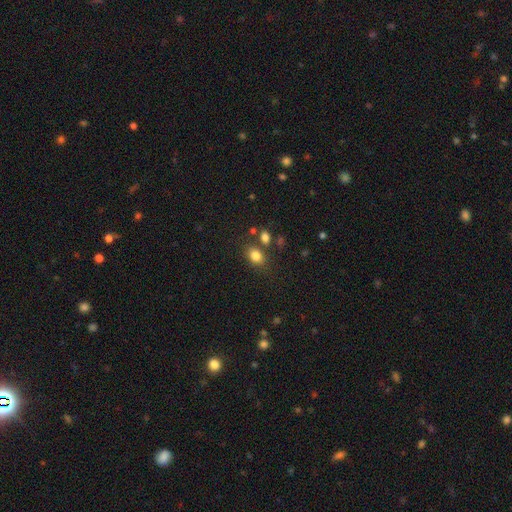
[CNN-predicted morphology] smooth-or-featured: smooth: 82% | star or artifact: 11% | featured or disk: 7%
  how-rounded: in between: 70% | round: 29% | cigar-shaped: 1%
  merging: none: 71% | minor disturbance: 13% | merger: 12% | major disturbance: 4%